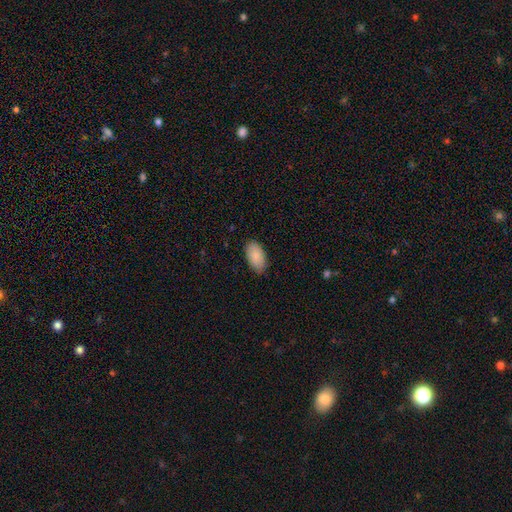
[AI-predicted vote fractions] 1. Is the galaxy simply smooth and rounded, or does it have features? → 88% smooth, 6% star or artifact, 6% featured or disk.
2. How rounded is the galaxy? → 95% in between, 3% round, 2% cigar-shaped.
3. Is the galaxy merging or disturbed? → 86% none, 11% minor disturbance, 2% major disturbance, 1% merger.